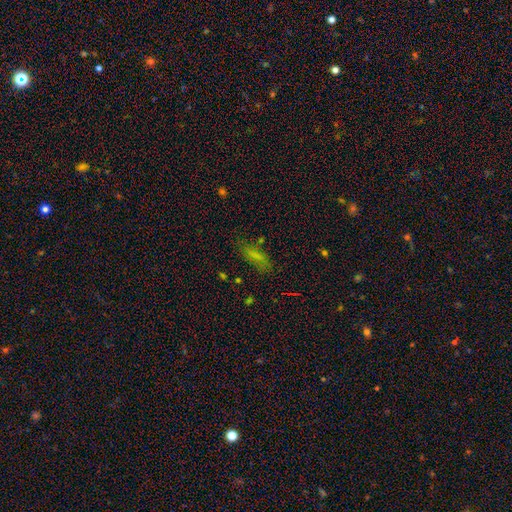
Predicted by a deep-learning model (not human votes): A smooth galaxy with no disk features (68%) that is in between round and cigar-shaped (52%). Merging: none (72%).